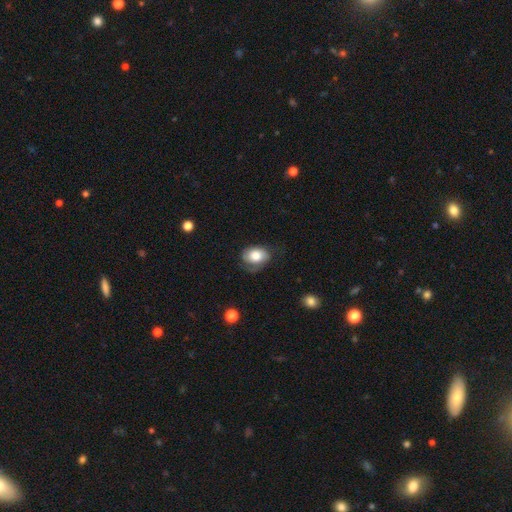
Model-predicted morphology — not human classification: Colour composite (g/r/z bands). It shows a smooth galaxy with no disk features (69%) that is in between round and cigar-shaped (66%). Merging: none (51%).